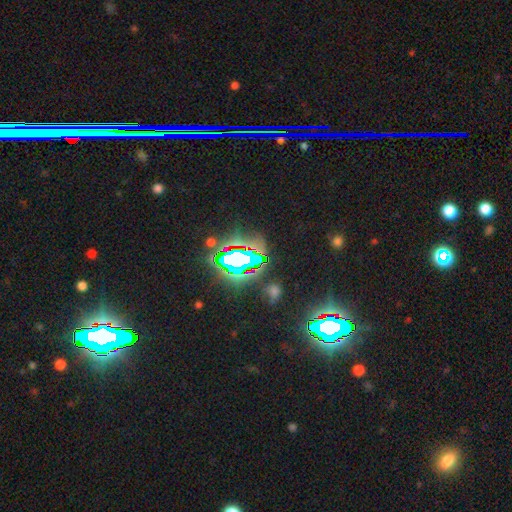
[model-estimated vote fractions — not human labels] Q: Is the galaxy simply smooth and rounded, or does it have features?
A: star or artifact — 71%.